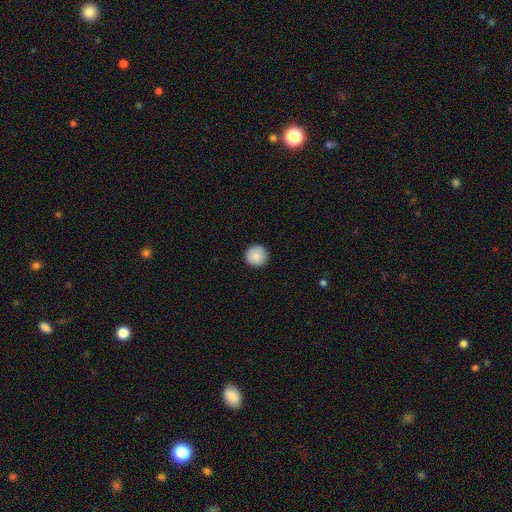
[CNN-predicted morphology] This is clearly a smooth galaxy (88%). How rounded: clearly round (96%). Merging: clearly none (92%).